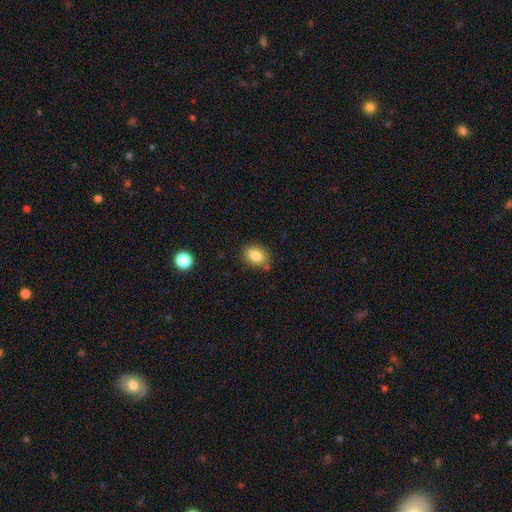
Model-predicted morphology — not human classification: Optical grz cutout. It shows a smooth galaxy with no disk features (84%) that is in between round and cigar-shaped (71%). Merging: none (79%).